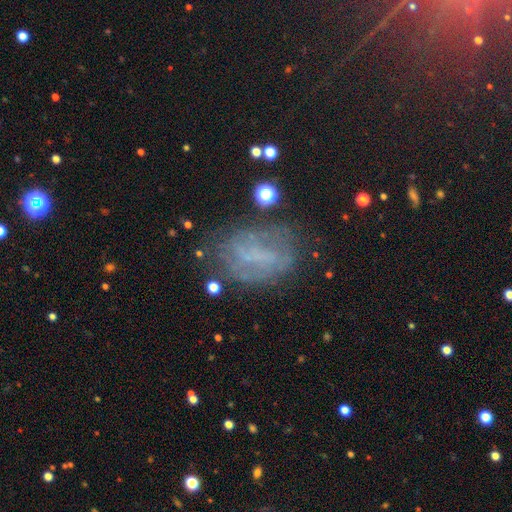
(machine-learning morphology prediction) smooth-or-featured: featured or disk: 48% | smooth: 29% | star or artifact: 24%
  merging: none: 61% | minor disturbance: 21% | major disturbance: 15% | merger: 4%